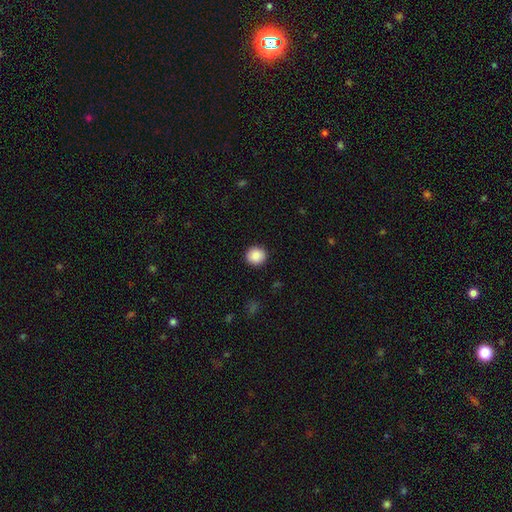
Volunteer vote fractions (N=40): Morphology: type=smooth (80%); roundness=round (94%); merging=none (94%).